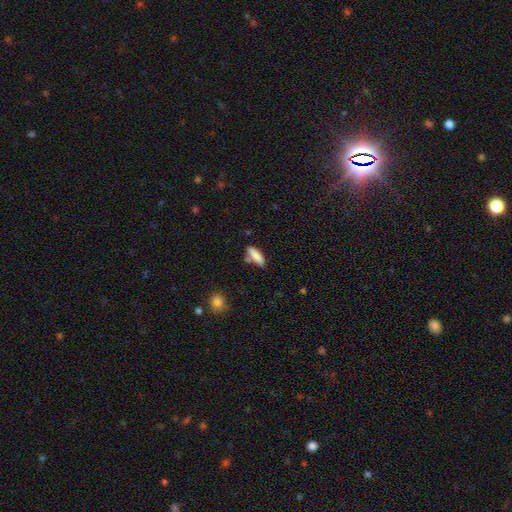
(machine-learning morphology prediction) Smooth or featured?
  - smooth: 85% *
  - featured or disk: 8%
  - star or artifact: 7%
How rounded?
  - in between: 56% *
  - cigar-shaped: 42%
  - round: 2%
Merging?
  - none: 69% *
  - minor disturbance: 16%
  - merger: 11%
  - major disturbance: 4%